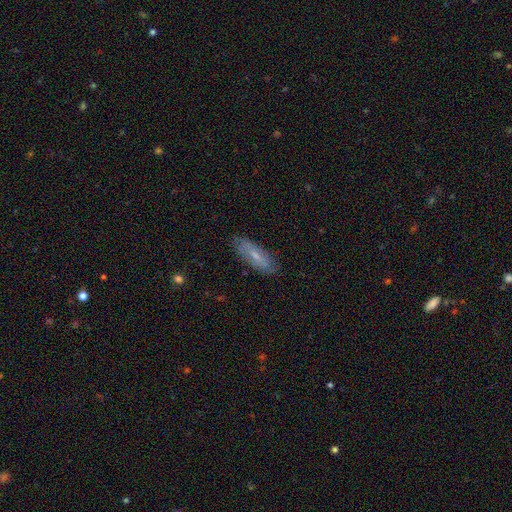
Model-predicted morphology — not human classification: smooth 49%, featured or disk 43%, star or artifact 7%. Down the decision tree: merging — none (82%).